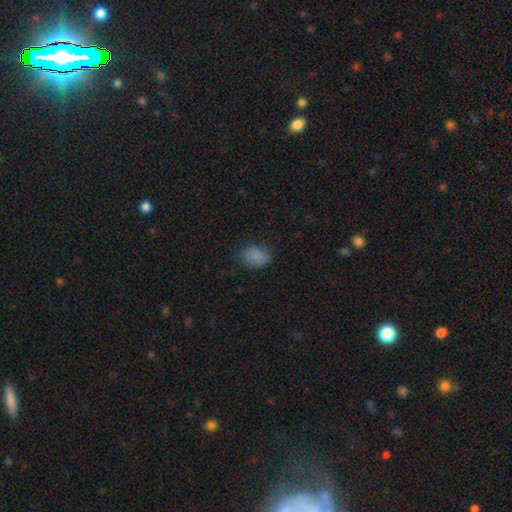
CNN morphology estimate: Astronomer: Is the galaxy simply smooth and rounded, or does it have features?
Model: smooth — 85%.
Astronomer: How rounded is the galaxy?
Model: in between — 79%.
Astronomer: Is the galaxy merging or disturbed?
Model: none — 78%.